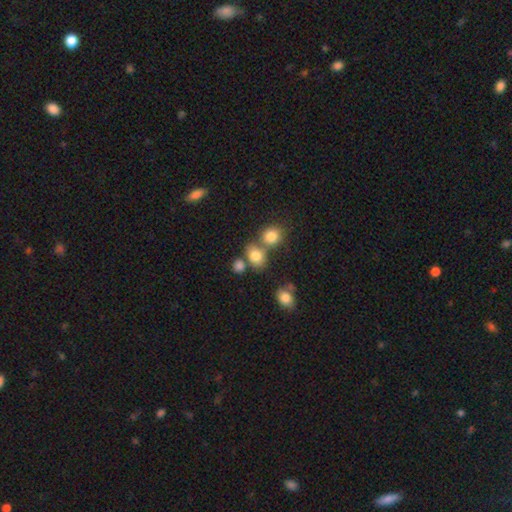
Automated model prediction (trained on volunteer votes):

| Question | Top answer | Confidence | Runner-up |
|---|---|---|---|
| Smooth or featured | smooth | 78% | star or artifact (13%) |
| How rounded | round | 54% | in between (45%) |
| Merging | none | 51% | merger (33%) |